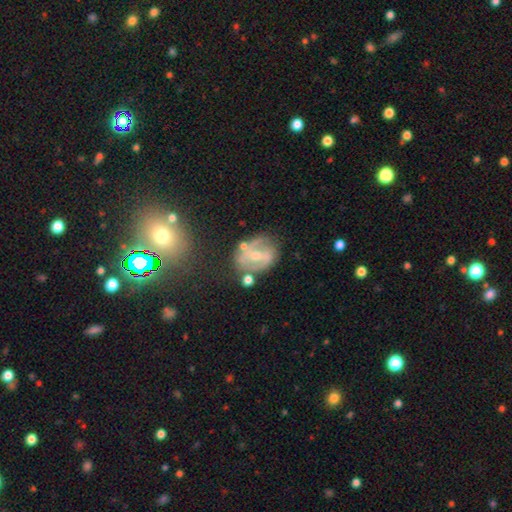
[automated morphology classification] smooth_or_featured: featured or disk (p=0.70) [alt: smooth p=0.22]
disk_edge_on: no (p=0.95) [alt: yes p=0.05]
bar: strong (p=0.39) [alt: weak p=0.36]
has_spiral_arms: yes (p=0.63) [alt: no p=0.37]
bulge_size: moderate (p=0.48) [alt: small p=0.47]
merging: none (p=0.60) [alt: minor disturbance p=0.20]